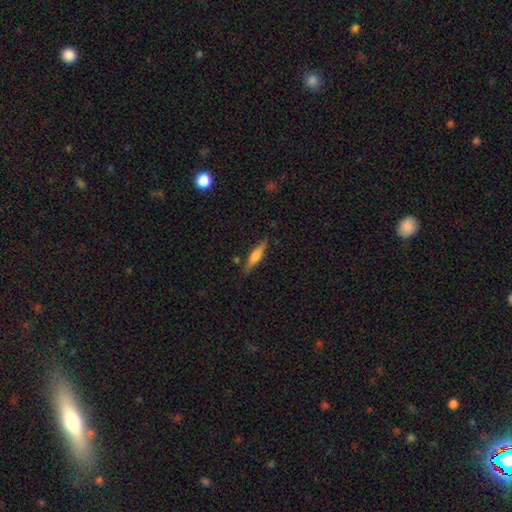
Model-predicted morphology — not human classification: This appears to be a featured or disk galaxy (49%). Merging: none (84%).